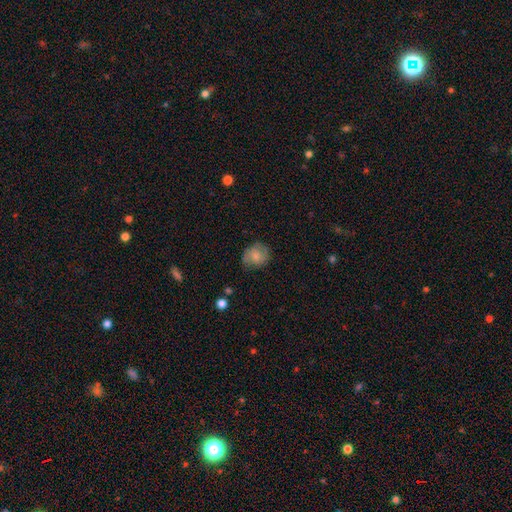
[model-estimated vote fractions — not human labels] Morphology: type=smooth (72%); roundness=round (70%); merging=none (68%).